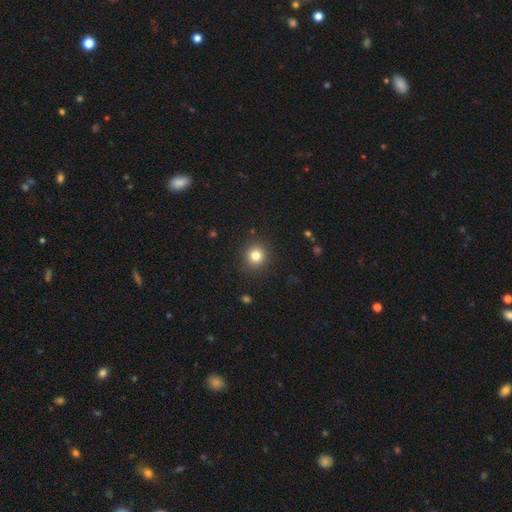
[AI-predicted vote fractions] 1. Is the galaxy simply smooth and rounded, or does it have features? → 81% smooth, 12% star or artifact, 6% featured or disk.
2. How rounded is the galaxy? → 92% round, 7% in between, 1% cigar-shaped.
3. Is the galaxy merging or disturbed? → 90% none, 6% minor disturbance, 2% major disturbance, 1% merger.